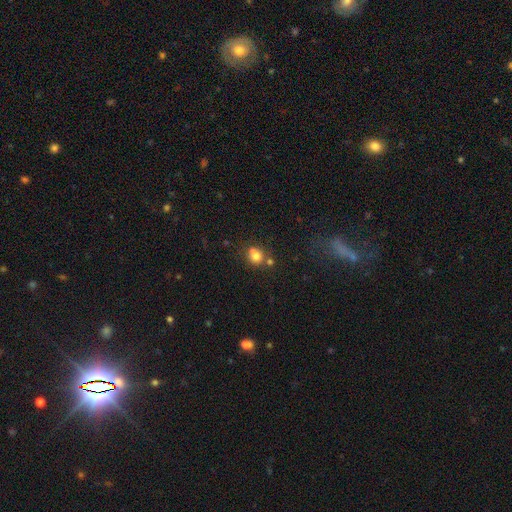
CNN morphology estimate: type=smooth (76%); roundness=round (77%); merging=none (53%).